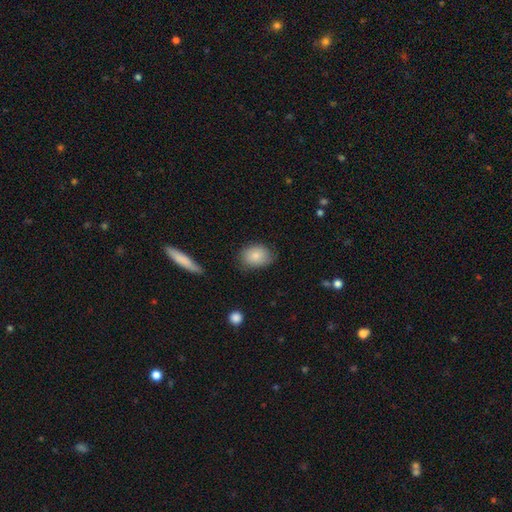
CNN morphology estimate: The model was most divided on "how rounded": in between: 67%, round: 31%, cigar-shaped: 1%. More confident: smooth or featured — smooth (83%); merging — none (72%).